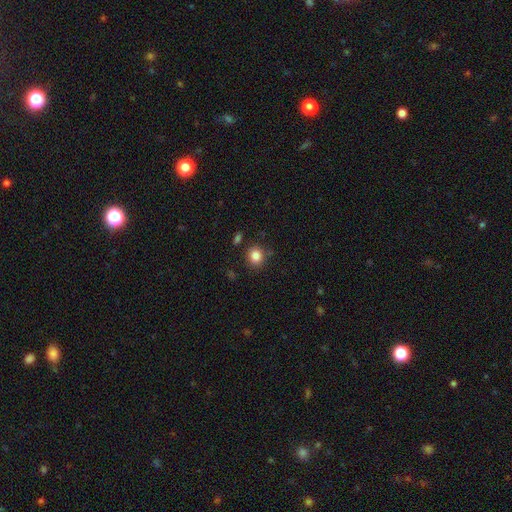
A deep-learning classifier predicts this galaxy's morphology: This is clearly a smooth galaxy (84%). How rounded: clearly round (81%). Merging: clearly none (83%).